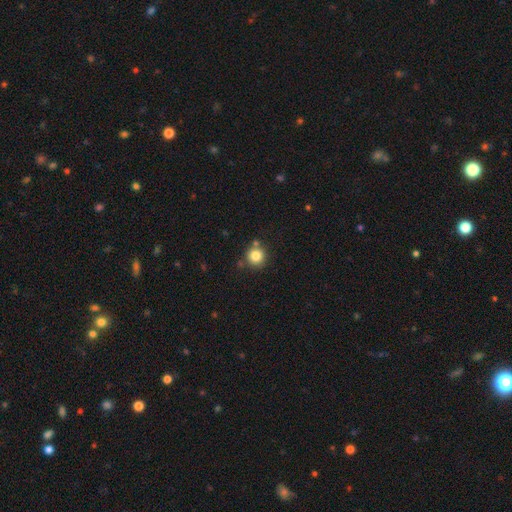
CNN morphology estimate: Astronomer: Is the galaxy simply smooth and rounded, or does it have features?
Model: smooth — 82%.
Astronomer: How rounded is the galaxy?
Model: round — 93%.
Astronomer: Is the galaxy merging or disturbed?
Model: none — 77%.